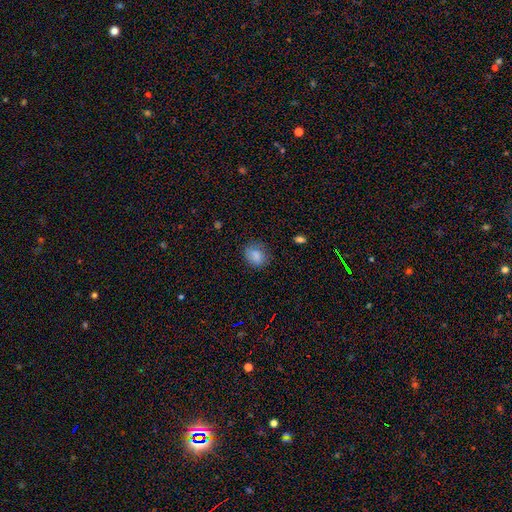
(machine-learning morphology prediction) A smooth galaxy with no disk features (82%) that is round (53%).

Vote fractions:
- Smooth or featured? smooth: 82% / star or artifact: 10% / featured or disk: 8%
- How rounded? round: 53% / in between: 46% / cigar-shaped: 1%
- Merging? none: 72% / minor disturbance: 20% / major disturbance: 6% / merger: 1%